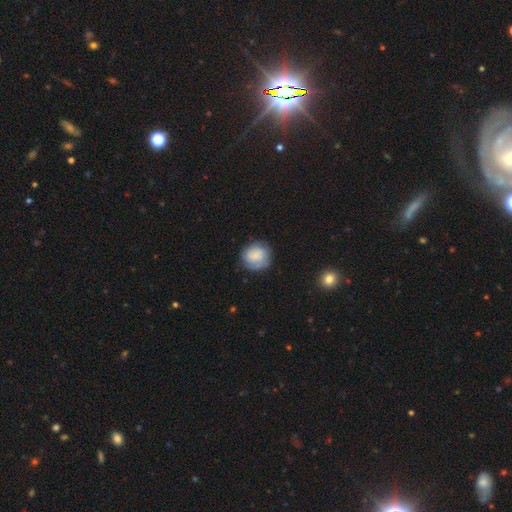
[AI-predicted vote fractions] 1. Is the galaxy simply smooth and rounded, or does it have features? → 63% smooth, 29% featured or disk, 8% star or artifact.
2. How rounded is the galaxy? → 83% round, 16% in between, 1% cigar-shaped.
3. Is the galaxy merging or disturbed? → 71% none, 20% minor disturbance, 7% major disturbance, 2% merger.